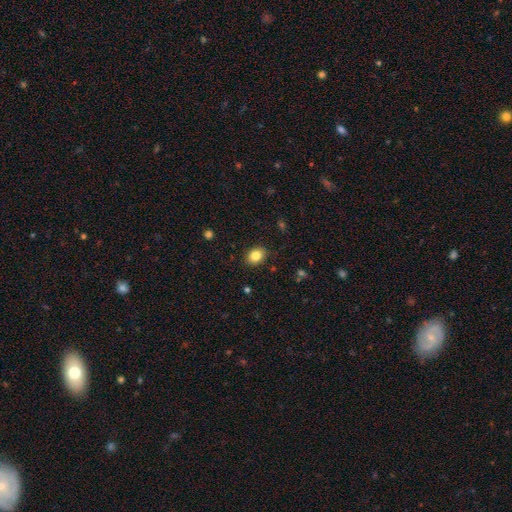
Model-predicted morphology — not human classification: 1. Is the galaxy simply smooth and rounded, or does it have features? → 83% smooth, 10% star or artifact, 8% featured or disk.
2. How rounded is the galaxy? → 59% in between, 40% round, 1% cigar-shaped.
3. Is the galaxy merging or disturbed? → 88% none, 9% minor disturbance, 2% major disturbance, 1% merger.